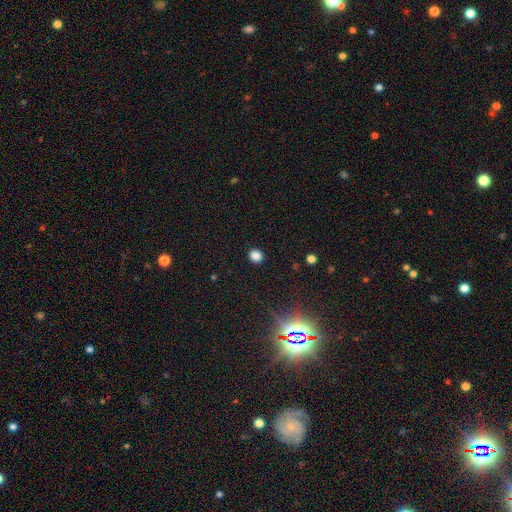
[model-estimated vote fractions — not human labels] Overall: smooth (82%). How rounded: round (81%). Merging: none (92%).